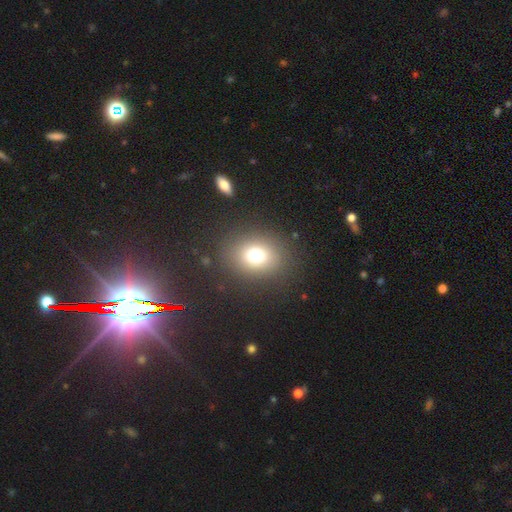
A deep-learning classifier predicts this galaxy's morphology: This appears to be a smooth galaxy with no disk features (71%) that is round (63%). Merging: none (85%).